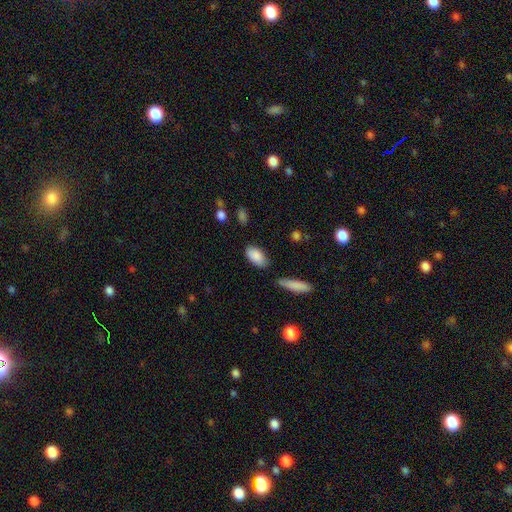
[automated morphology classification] Smooth or featured: smooth — 88% (star or artifact — 6%)
How rounded: in between — 92% (cigar-shaped — 4%)
Merging: none — 75% (minor disturbance — 16%)